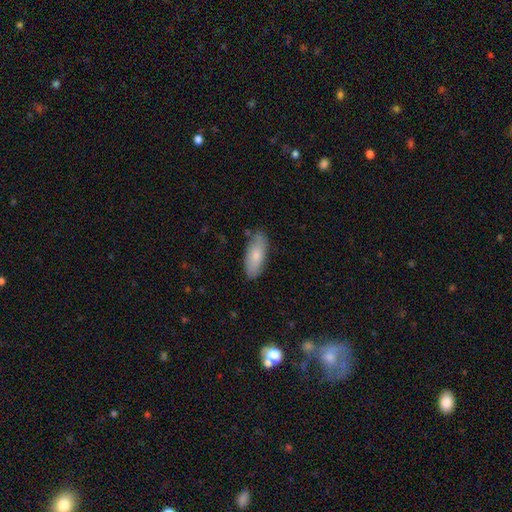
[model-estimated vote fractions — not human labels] This appears to be a smooth galaxy with no disk features (78%) that is in between round and cigar-shaped (79%). Merging: none (80%).